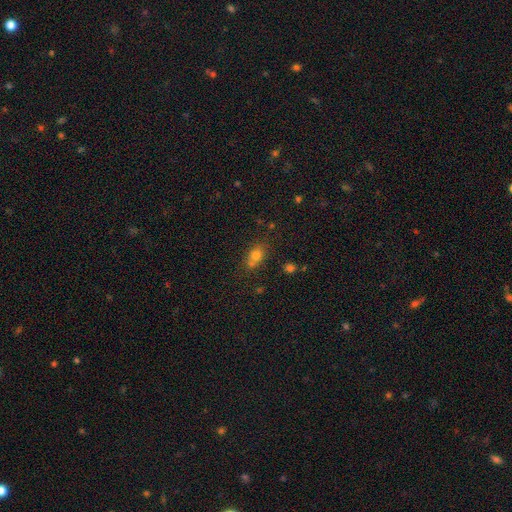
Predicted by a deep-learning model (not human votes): A smooth galaxy with no disk features (73%) that is in between round and cigar-shaped (52%).

Vote fractions:
- Smooth or featured? smooth: 73% / star or artifact: 15% / featured or disk: 11%
- How rounded? in between: 52% / round: 45% / cigar-shaped: 3%
- Merging? none: 53% / merger: 28% / minor disturbance: 14% / major disturbance: 5%